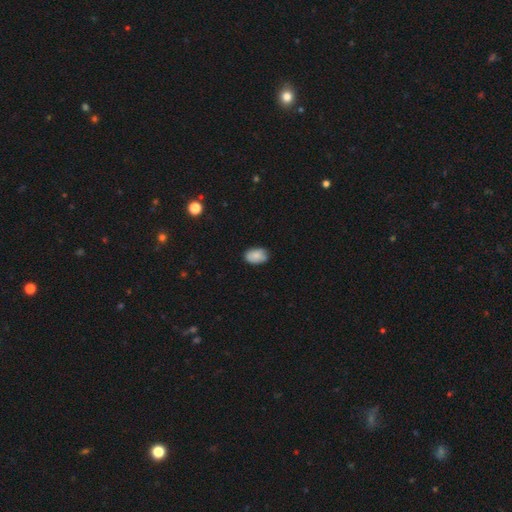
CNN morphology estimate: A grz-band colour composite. It shows a smooth galaxy with no disk features (82%) that is in between round and cigar-shaped (87%). Merging: none (78%).